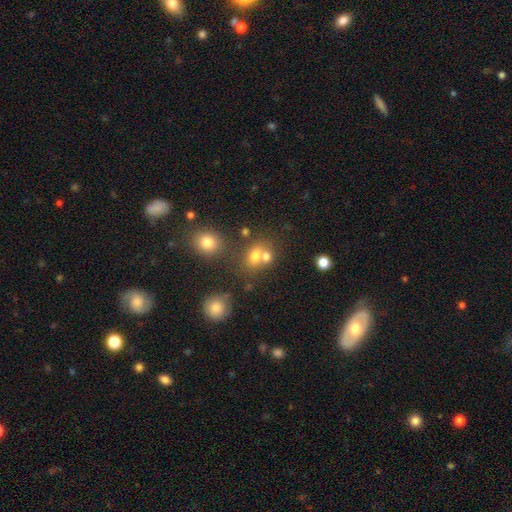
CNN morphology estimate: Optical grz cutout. It shows a smooth galaxy with no disk features (69%) that is round (53%). Merging: merger (45%).